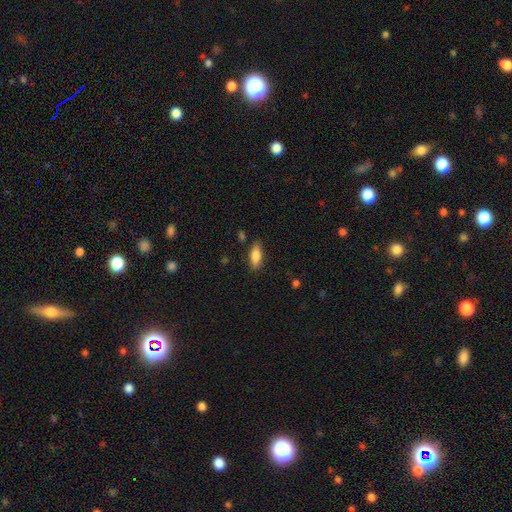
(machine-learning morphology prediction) Q: Smooth or featured?
A: smooth (83%); runner-up: featured or disk (10%)
Q: How rounded?
A: in between (78%); runner-up: cigar-shaped (20%)
Q: Merging?
A: none (79%); runner-up: minor disturbance (15%)